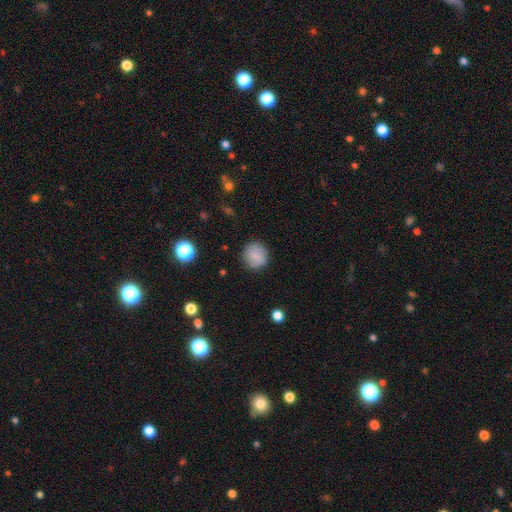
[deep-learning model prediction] This appears to be a smooth galaxy with no disk features (79%) that is round (90%). Merging: none (86%).